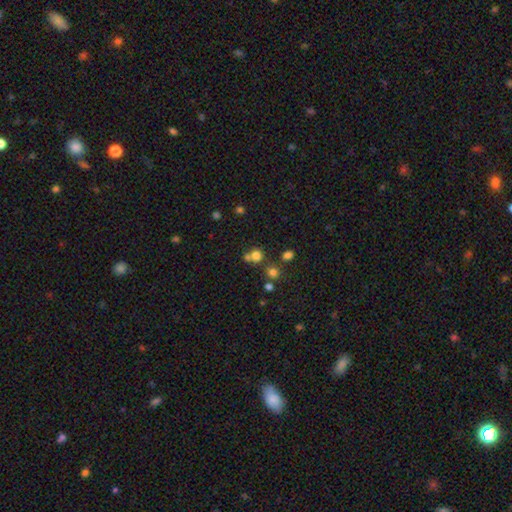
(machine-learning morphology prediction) A smooth galaxy with no disk features (72%) that is round (87%). Merging: none (58%).